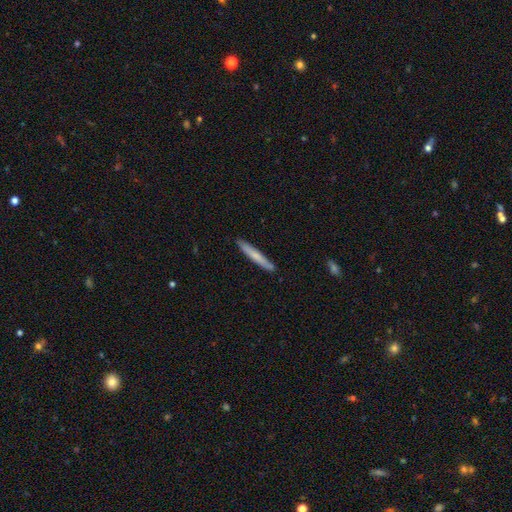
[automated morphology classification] Smooth or featured? smooth (65%)
How rounded? cigar-shaped (96%)
Merging? none (89%)